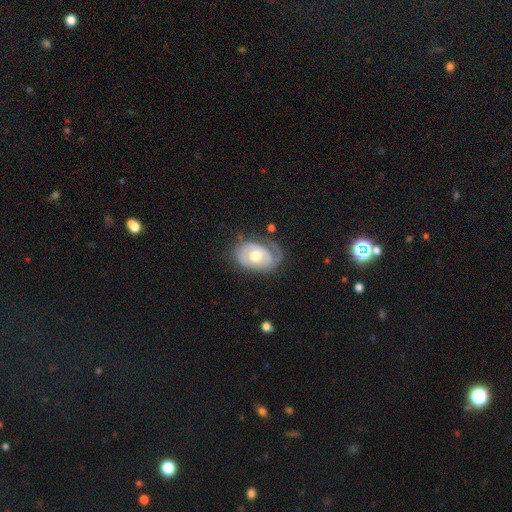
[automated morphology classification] featured or disk 67%, smooth 28%, star or artifact 5%. Down the decision tree: edge-on disk — no (95%); bar — no (78%); spiral arms — yes (66%); bulge size — moderate (72%); merging — none (52%).